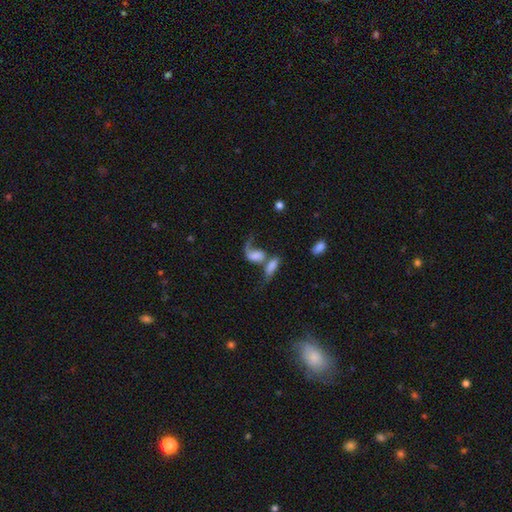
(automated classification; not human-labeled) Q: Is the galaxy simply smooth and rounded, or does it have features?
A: featured or disk — 49%.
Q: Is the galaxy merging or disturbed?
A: merger — 55%.